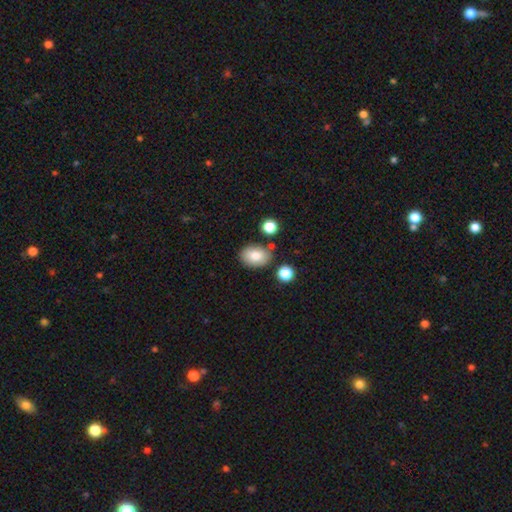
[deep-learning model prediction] smooth_or_featured: smooth (p=0.82) [alt: featured or disk p=0.09]
how_rounded: in between (p=0.80) [alt: round p=0.19]
merging: none (p=0.78) [alt: minor disturbance p=0.13]